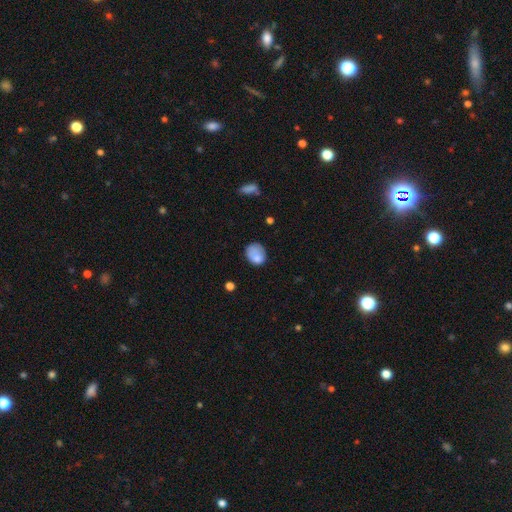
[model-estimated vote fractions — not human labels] Smooth or featured? Predicted: smooth (p=0.78). How rounded? Predicted: round (p=0.50). Merging? Predicted: none (p=0.52).